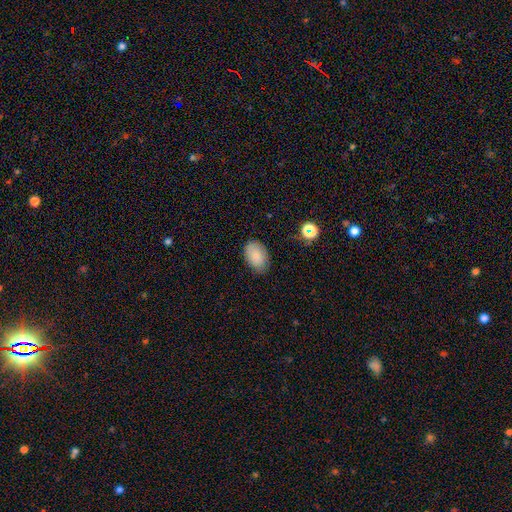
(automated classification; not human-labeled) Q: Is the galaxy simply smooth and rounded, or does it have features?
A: smooth — 84%.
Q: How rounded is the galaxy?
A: in between — 87%.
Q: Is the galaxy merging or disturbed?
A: none — 78%.